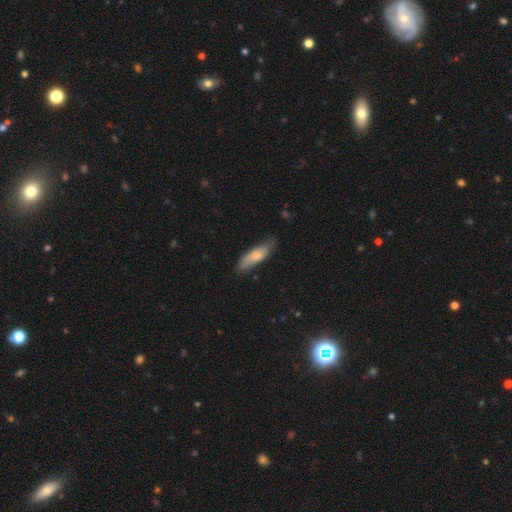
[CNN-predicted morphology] Smooth or featured? Predicted: smooth (p=0.73). How rounded? Predicted: cigar-shaped (p=0.52). Merging? Predicted: none (p=0.72).